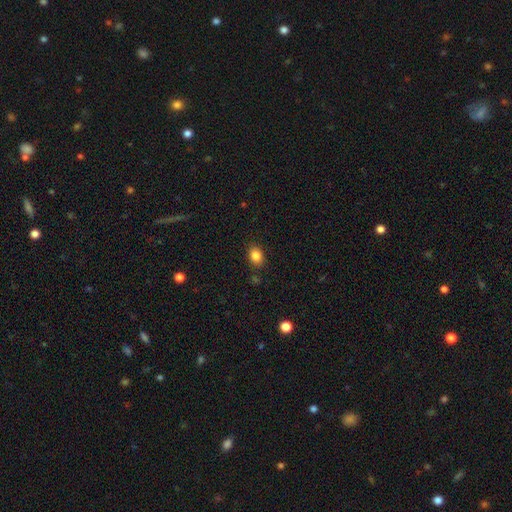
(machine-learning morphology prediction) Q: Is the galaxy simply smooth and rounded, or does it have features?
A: smooth — 85%.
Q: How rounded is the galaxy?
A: in between — 67%.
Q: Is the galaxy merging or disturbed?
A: none — 85%.